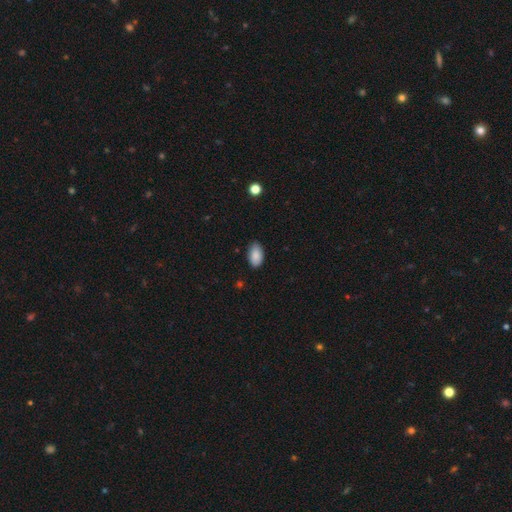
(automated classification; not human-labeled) Smooth or featured? smooth (88%)
How rounded? in between (94%)
Merging? none (83%)